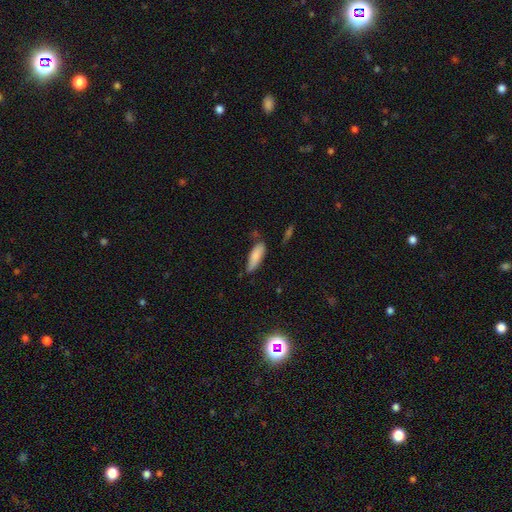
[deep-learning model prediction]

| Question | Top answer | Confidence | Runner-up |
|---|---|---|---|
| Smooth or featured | smooth | 83% | featured or disk (11%) |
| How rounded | in between | 54% | cigar-shaped (44%) |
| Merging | none | 64% | minor disturbance (26%) |